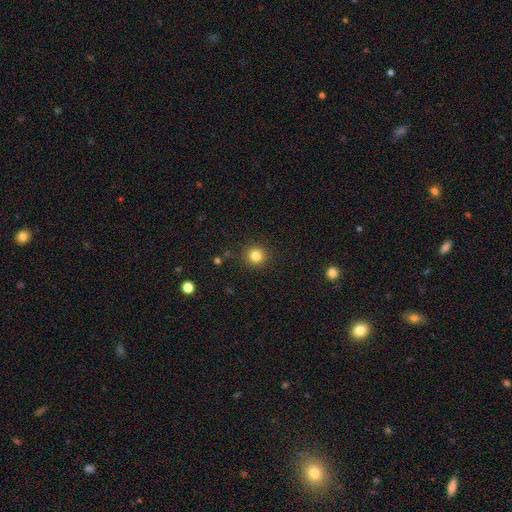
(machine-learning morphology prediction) Smooth or featured: smooth — 83% (star or artifact — 12%)
How rounded: round — 93% (in between — 6%)
Merging: none — 90% (minor disturbance — 6%)